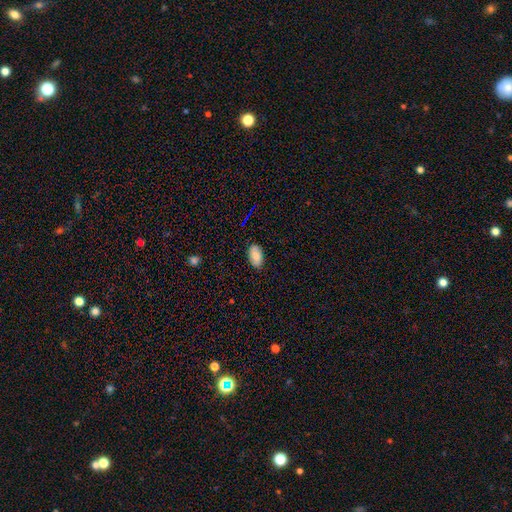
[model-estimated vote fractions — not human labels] A smooth galaxy with no disk features (82%) that is in between round and cigar-shaped (94%).

Vote fractions:
- Smooth or featured? smooth: 82% / featured or disk: 10% / star or artifact: 8%
- How rounded? in between: 94% / round: 4% / cigar-shaped: 2%
- Merging? none: 85% / minor disturbance: 12% / major disturbance: 2% / merger: 1%